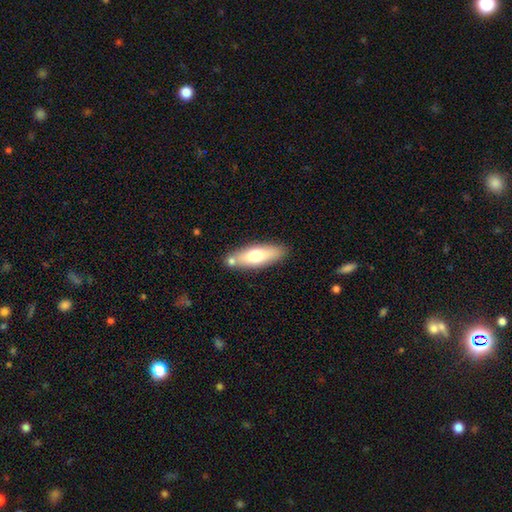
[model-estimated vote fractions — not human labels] Smooth or featured? Predicted: smooth (p=0.66). How rounded? Predicted: in between (p=0.53). Merging? Predicted: none (p=0.73).